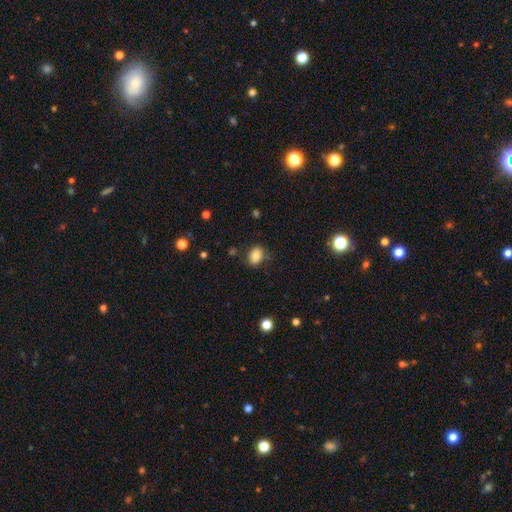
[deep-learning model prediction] Smooth or featured: smooth — 82% (star or artifact — 10%)
How rounded: in between — 68% (round — 31%)
Merging: none — 75% (minor disturbance — 17%)